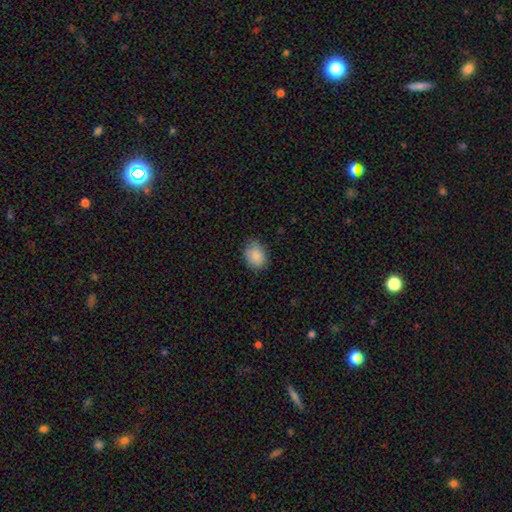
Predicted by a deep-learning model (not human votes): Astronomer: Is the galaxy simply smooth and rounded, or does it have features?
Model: smooth — 88%.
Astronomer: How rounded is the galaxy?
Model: in between — 68%.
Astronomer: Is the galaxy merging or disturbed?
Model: none — 78%.